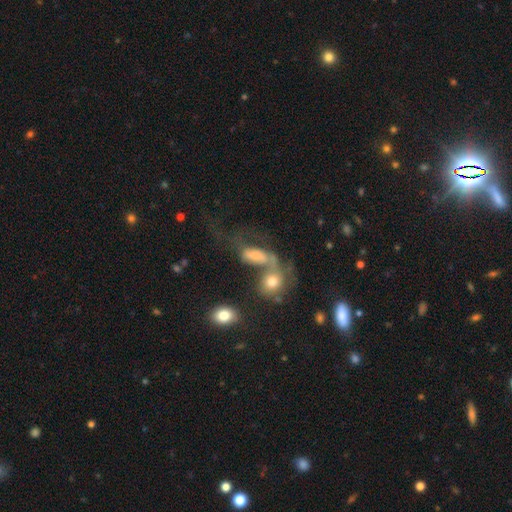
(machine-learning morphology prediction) This appears to be a smooth galaxy with no disk features (53%) that is in between round and cigar-shaped (80%). Merging: merger (58%).